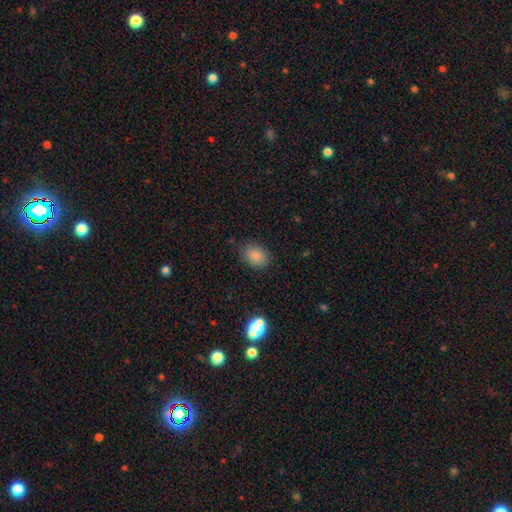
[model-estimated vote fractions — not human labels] Morphology: type=smooth (84%); roundness=in between (53%); merging=none (84%).